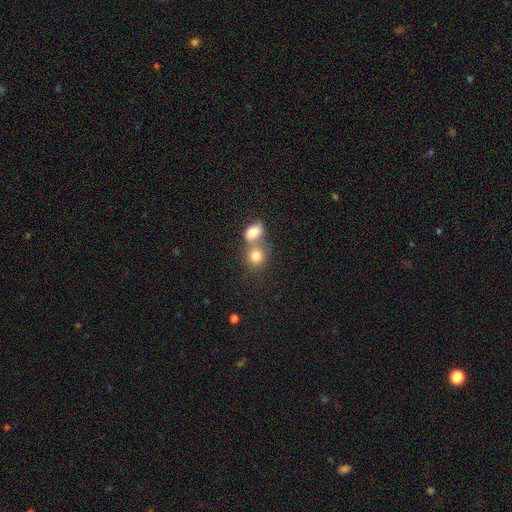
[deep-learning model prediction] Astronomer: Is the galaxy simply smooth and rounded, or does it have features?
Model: smooth — 80%.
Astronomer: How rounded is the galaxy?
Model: round — 71%.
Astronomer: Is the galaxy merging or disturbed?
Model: merger — 51% (runner-up: none, 38%).